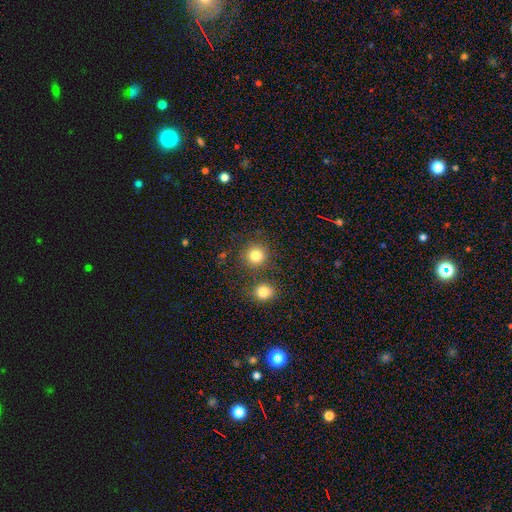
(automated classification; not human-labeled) Morphology: type=smooth (82%); roundness=round (91%); merging=none (77%).